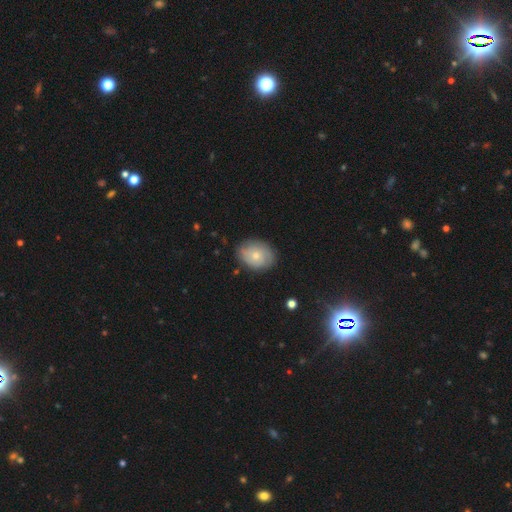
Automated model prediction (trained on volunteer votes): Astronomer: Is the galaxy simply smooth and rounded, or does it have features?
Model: smooth — 55% (runner-up: featured or disk, 38%).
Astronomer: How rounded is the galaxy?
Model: in between — 61% (runner-up: round, 38%).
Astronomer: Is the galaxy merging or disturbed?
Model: none — 78%.